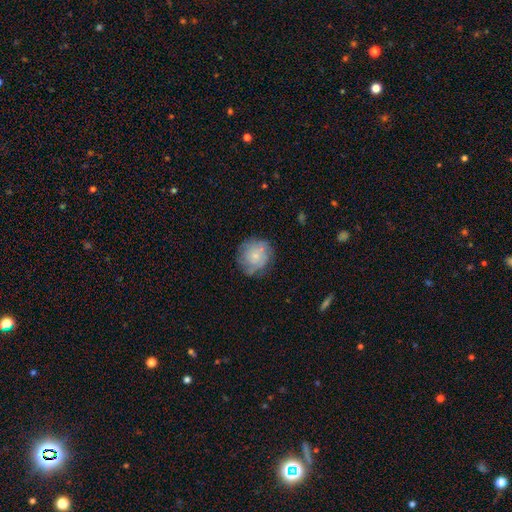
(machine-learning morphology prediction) This appears to be a smooth galaxy with no disk features (59%) that is round (88%). Merging: none (71%).